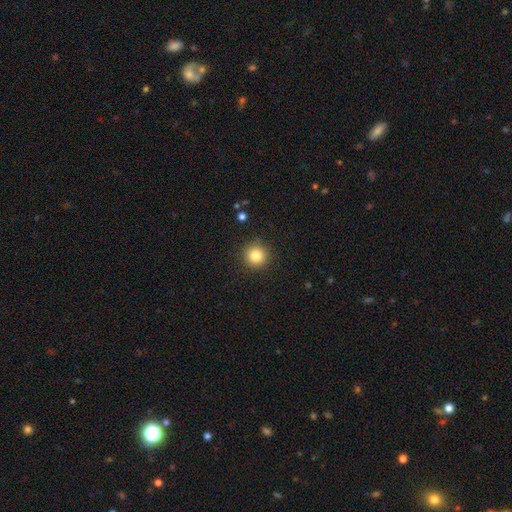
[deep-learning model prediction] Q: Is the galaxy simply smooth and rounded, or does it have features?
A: smooth — 83%.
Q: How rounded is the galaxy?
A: round — 95%.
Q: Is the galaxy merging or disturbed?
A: none — 90%.